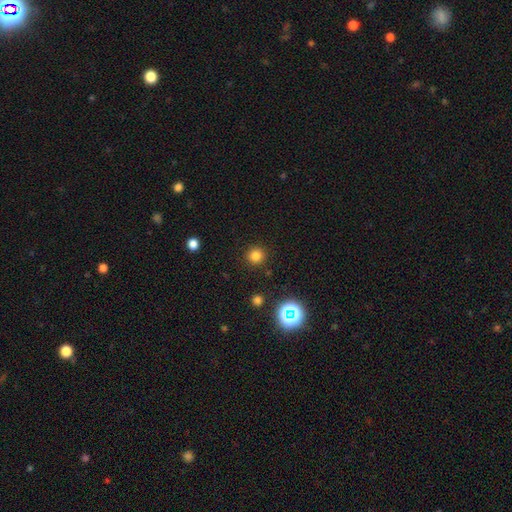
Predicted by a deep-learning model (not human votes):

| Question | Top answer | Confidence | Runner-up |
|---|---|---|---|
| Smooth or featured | smooth | 79% | star or artifact (17%) |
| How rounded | round | 94% | in between (5%) |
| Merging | none | 91% | minor disturbance (5%) |